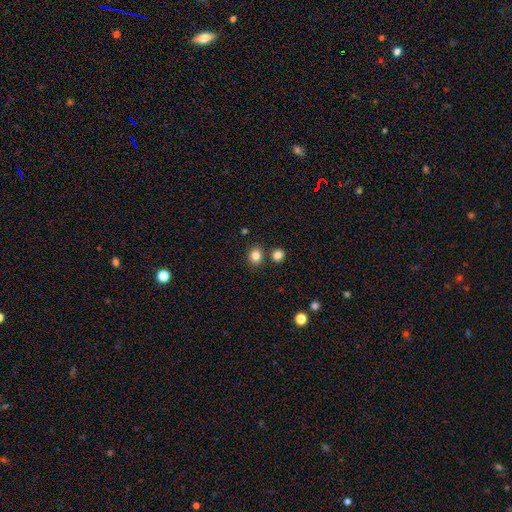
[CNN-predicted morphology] smooth-or-featured: smooth: 83% | star or artifact: 12% | featured or disk: 5%
  how-rounded: round: 73% | in between: 27% | cigar-shaped: 1%
  merging: none: 80% | merger: 10% | minor disturbance: 8% | major disturbance: 2%